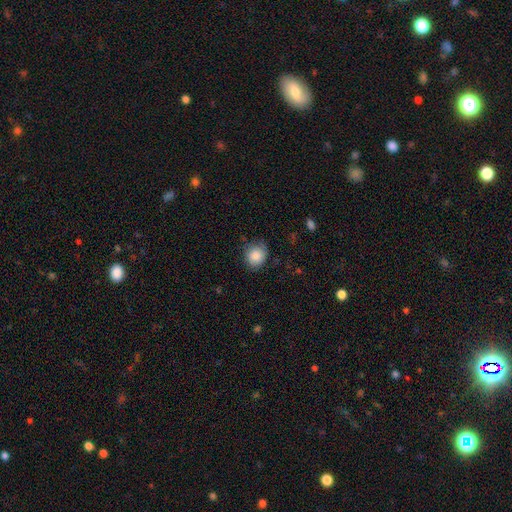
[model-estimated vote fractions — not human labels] Smooth or featured: smooth — 86% (star or artifact — 8%)
How rounded: round — 73% (in between — 26%)
Merging: none — 74% (minor disturbance — 21%)